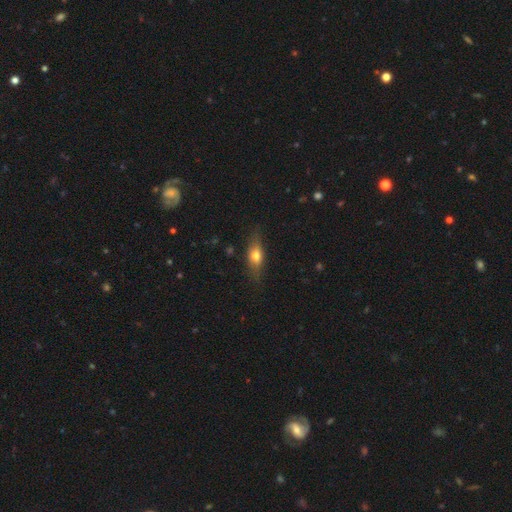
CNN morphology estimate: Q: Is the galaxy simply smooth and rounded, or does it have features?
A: smooth — 57%.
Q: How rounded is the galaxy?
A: in between — 61%.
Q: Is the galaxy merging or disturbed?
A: none — 79%.